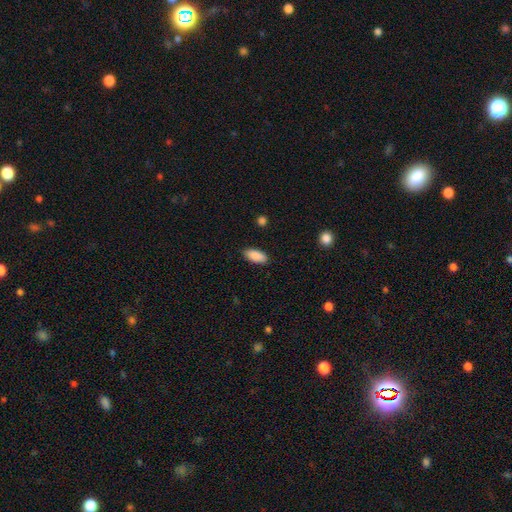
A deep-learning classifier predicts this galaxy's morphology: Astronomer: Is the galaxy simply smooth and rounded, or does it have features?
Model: smooth — 89%.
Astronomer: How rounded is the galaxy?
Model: in between — 90%.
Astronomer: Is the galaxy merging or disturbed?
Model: none — 88%.